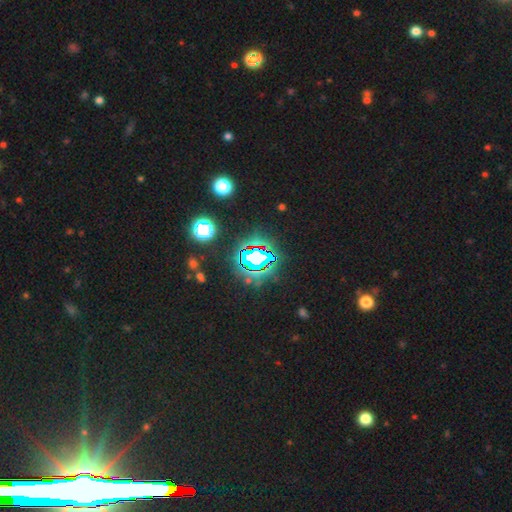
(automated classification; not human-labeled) Smooth or featured: star or artifact — 74% (smooth — 15%)